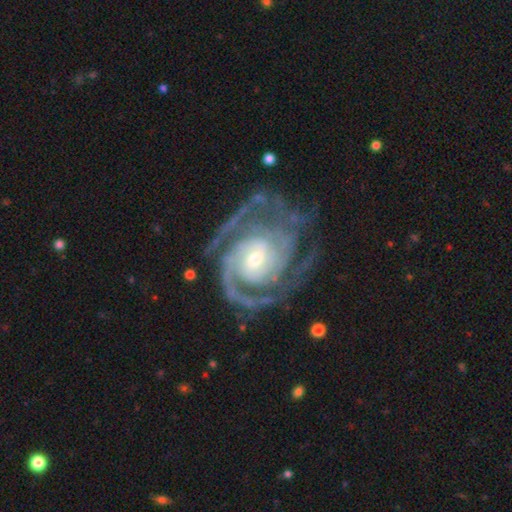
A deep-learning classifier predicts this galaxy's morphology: type=featured or disk (92%); edge-on=no (97%); bar=no (51%); spiral arms=yes (98%); winding=tight (64%); arm count=2 (33%); bulge=moderate (49%); merging=none (66%).